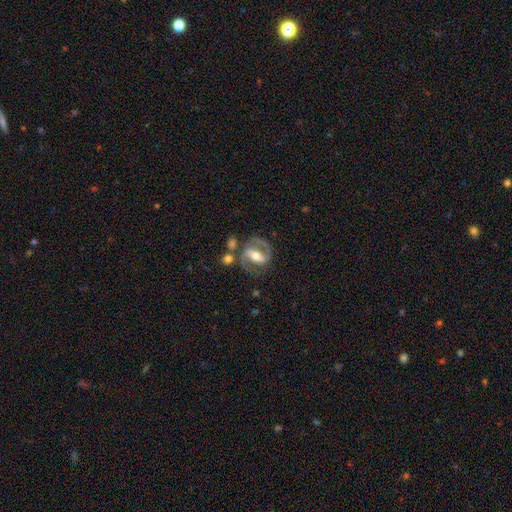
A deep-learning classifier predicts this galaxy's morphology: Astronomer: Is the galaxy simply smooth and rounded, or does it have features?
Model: featured or disk — 85%.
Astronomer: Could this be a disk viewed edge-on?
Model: no — 96%.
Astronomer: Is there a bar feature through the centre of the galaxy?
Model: strong — 62%.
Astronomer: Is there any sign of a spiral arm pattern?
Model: yes — 92%.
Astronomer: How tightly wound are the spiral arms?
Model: medium — 56%.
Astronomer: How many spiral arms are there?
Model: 2 — 89%.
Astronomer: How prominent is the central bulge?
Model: moderate — 68%.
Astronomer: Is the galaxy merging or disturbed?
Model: none — 68%.